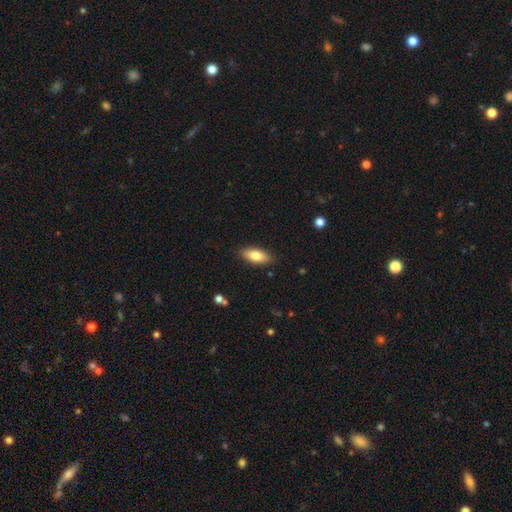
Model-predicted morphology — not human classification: A smooth galaxy with no disk features (79%) that is in between round and cigar-shaped (84%).

Vote fractions:
- Smooth or featured? smooth: 79% / featured or disk: 15% / star or artifact: 6%
- How rounded? in between: 84% / cigar-shaped: 14% / round: 3%
- Merging? none: 88% / minor disturbance: 9% / major disturbance: 2% / merger: 1%